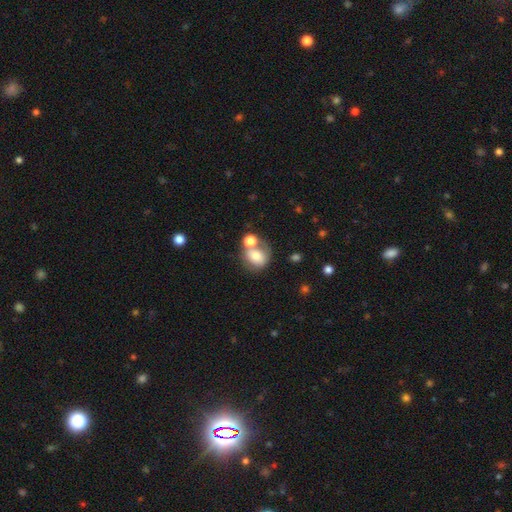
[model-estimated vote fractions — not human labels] This is likely a smooth galaxy (69%). How rounded: likely round (61%). Merging: possibly merger (46%).